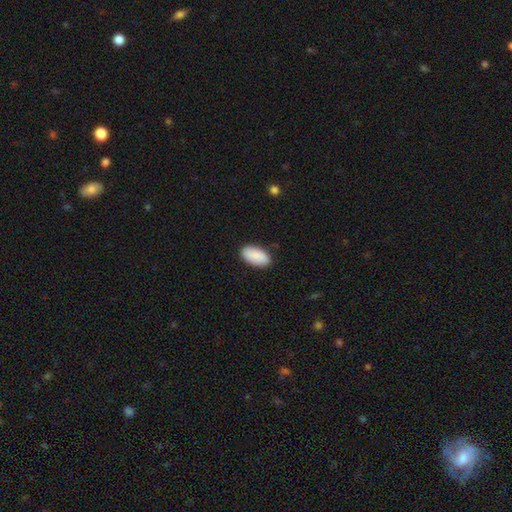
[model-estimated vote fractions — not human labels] Smooth or featured: smooth — 90% (star or artifact — 6%)
How rounded: in between — 95% (cigar-shaped — 3%)
Merging: none — 87% (minor disturbance — 10%)